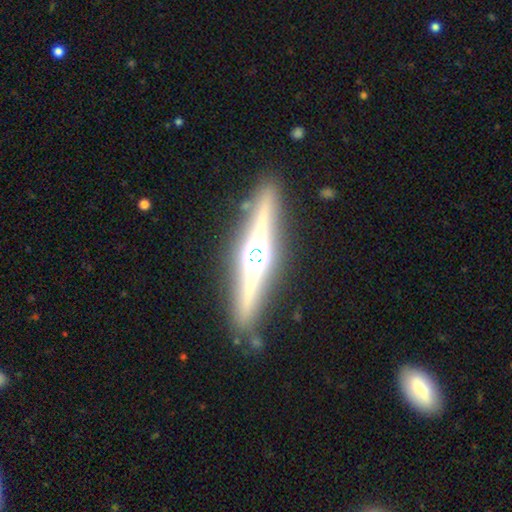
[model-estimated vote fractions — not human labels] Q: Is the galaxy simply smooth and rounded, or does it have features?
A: featured or disk — 82%.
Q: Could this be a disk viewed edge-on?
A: yes — 98%.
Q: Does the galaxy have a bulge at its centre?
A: rounded — 80%.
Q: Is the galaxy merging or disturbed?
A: none — 88%.